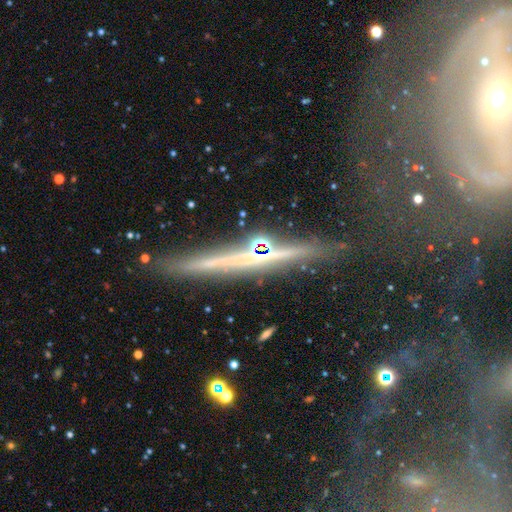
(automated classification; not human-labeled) Smooth or featured? featured or disk (69%)
Edge-on disk? yes (95%)
Edge-on bulge? none (72%)
Merging? none (78%)